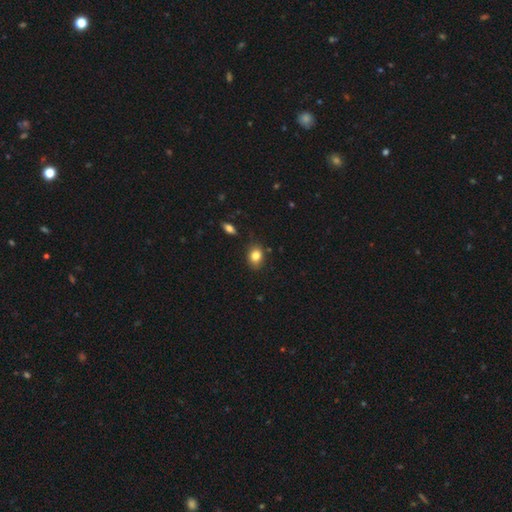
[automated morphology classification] Smooth or featured: smooth — 82% (star or artifact — 10%)
How rounded: in between — 59% (round — 40%)
Merging: none — 82% (minor disturbance — 13%)